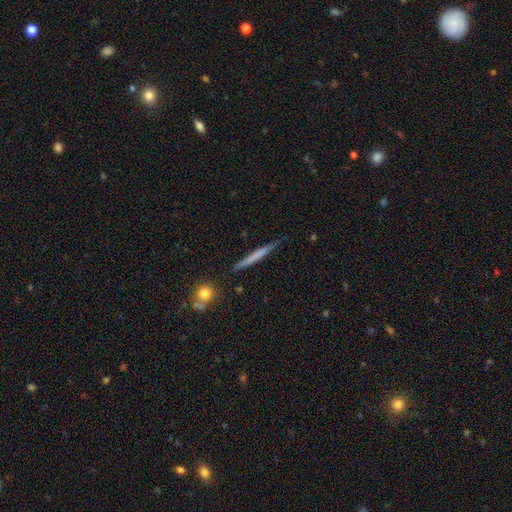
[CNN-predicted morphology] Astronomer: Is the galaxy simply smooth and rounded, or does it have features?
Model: smooth — 57% (runner-up: featured or disk, 37%).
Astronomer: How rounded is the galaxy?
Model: cigar-shaped — 96%.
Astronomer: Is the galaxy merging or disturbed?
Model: none — 82%.